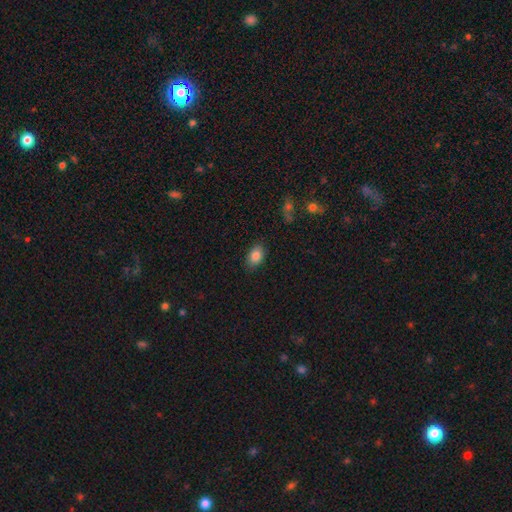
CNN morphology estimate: smooth-or-featured: smooth: 85% | star or artifact: 9% | featured or disk: 7%
  how-rounded: in between: 85% | round: 14% | cigar-shaped: 1%
  merging: none: 85% | minor disturbance: 11% | major disturbance: 2% | merger: 1%